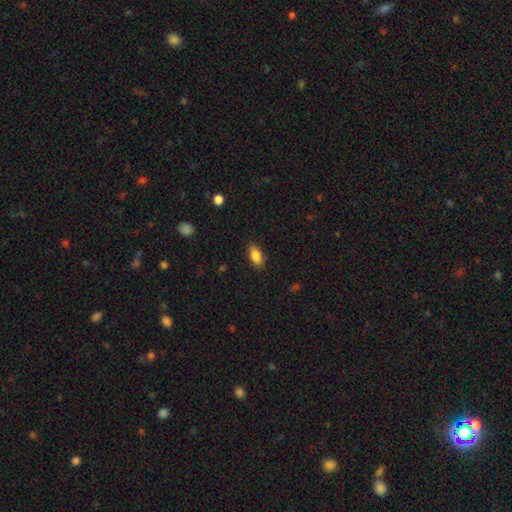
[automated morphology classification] This appears to be a smooth galaxy with no disk features (85%) that is in between round and cigar-shaped (89%). Merging: none (86%).